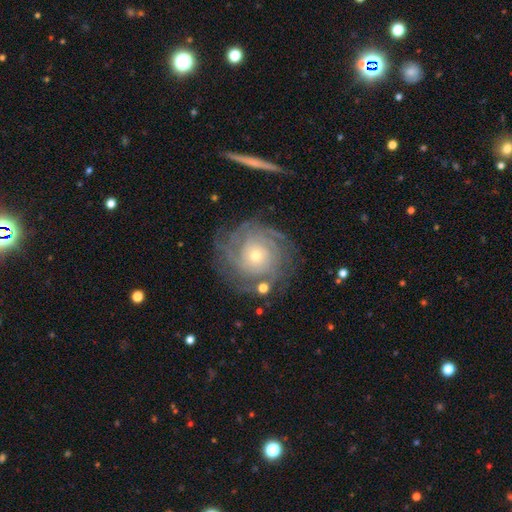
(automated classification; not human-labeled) This appears to be a featured or disk galaxy (83%) with no bar (82%), tight (78%) spiral arms (95%) and a small central bulge (63%). Merging: none (77%).